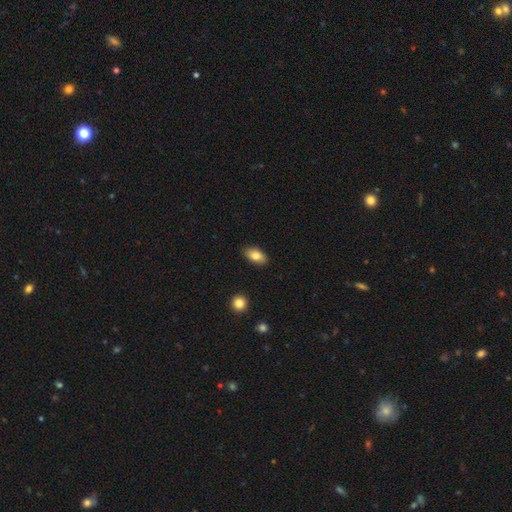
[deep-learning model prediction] A smooth galaxy with no disk features (82%) that is in between round and cigar-shaped (92%).

Vote fractions:
- Smooth or featured? smooth: 82% / featured or disk: 11% / star or artifact: 7%
- How rounded? in between: 92% / round: 6% / cigar-shaped: 3%
- Merging? none: 88% / minor disturbance: 9% / major disturbance: 2% / merger: 1%